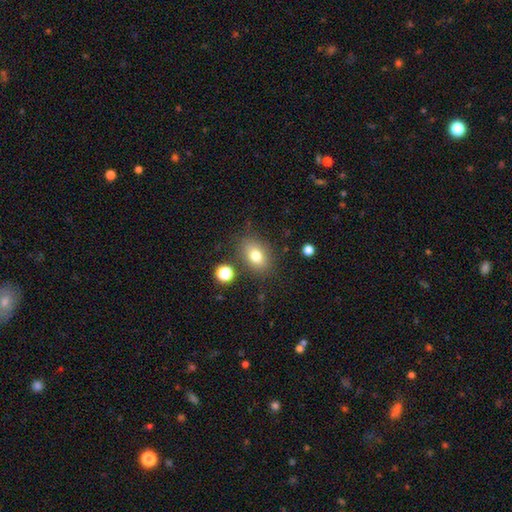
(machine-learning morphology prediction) This appears to be a smooth galaxy with no disk features (76%) that is in between round and cigar-shaped (72%). Merging: none (78%).